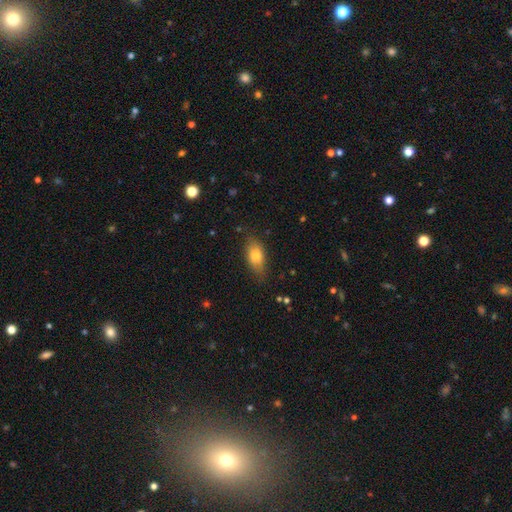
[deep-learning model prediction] smooth_or_featured: smooth (p=0.78) [alt: featured or disk p=0.15]
how_rounded: in between (p=0.85) [alt: cigar-shaped p=0.09]
merging: none (p=0.79) [alt: minor disturbance p=0.16]